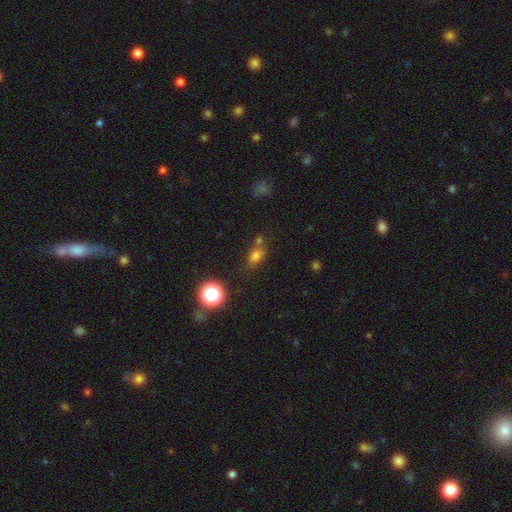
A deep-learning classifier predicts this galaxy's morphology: The model was most divided on "how rounded": in between: 67%, round: 29%, cigar-shaped: 4%. More confident: smooth or featured — smooth (71%); merging — none (60%).